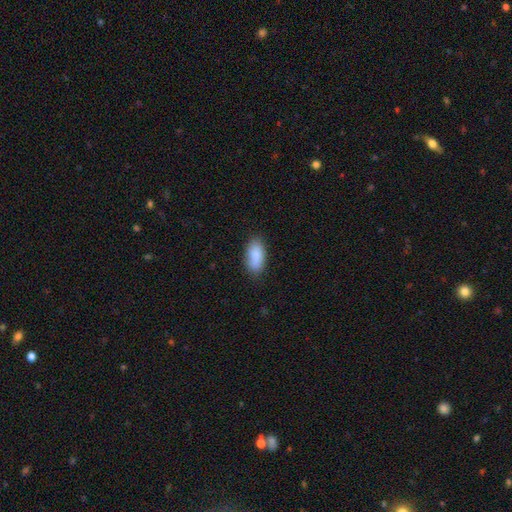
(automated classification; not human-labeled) Q: Smooth or featured?
A: smooth (88%); runner-up: star or artifact (7%)
Q: How rounded?
A: in between (91%); runner-up: cigar-shaped (6%)
Q: Merging?
A: none (79%); runner-up: minor disturbance (16%)